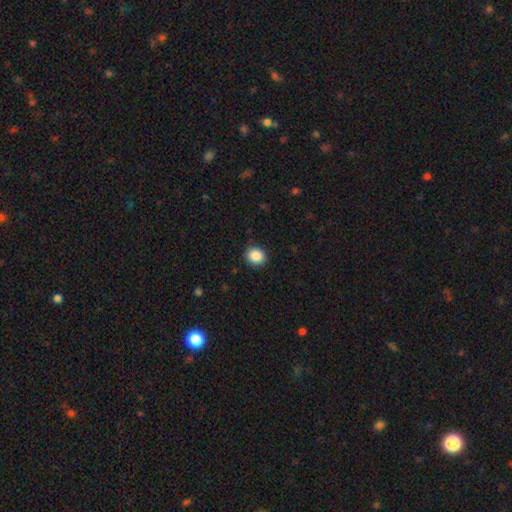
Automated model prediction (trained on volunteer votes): smooth-or-featured: smooth: 88% | star or artifact: 9% | featured or disk: 3%
  how-rounded: round: 72% | in between: 27% | cigar-shaped: 1%
  merging: none: 88% | minor disturbance: 8% | major disturbance: 2% | merger: 1%